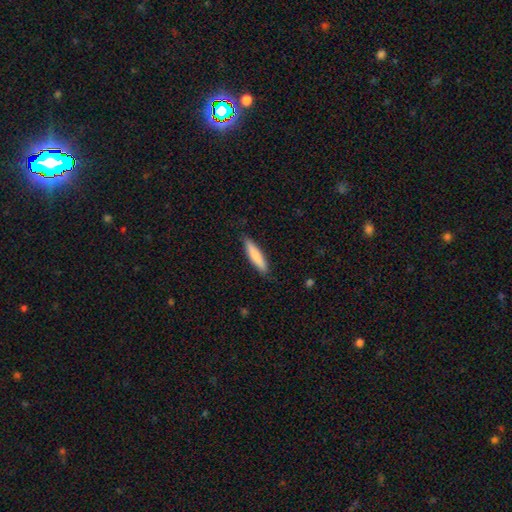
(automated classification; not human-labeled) Smooth or featured: smooth — 80% (featured or disk — 15%)
How rounded: cigar-shaped — 82% (in between — 17%)
Merging: none — 86% (minor disturbance — 10%)